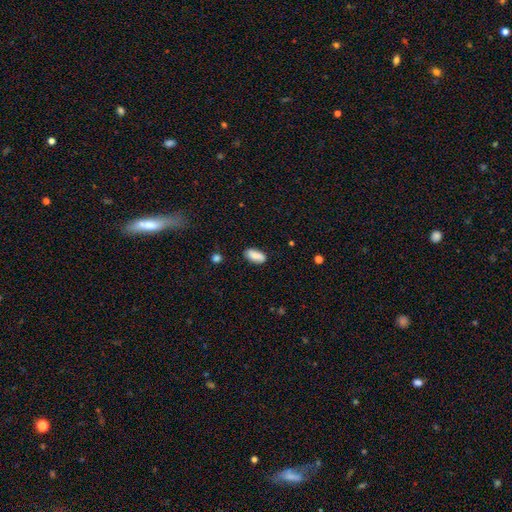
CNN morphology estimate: smooth_or_featured: smooth (p=0.83) [alt: featured or disk p=0.10]
how_rounded: in between (p=0.90) [alt: cigar-shaped p=0.07]
merging: none (p=0.81) [alt: minor disturbance p=0.14]